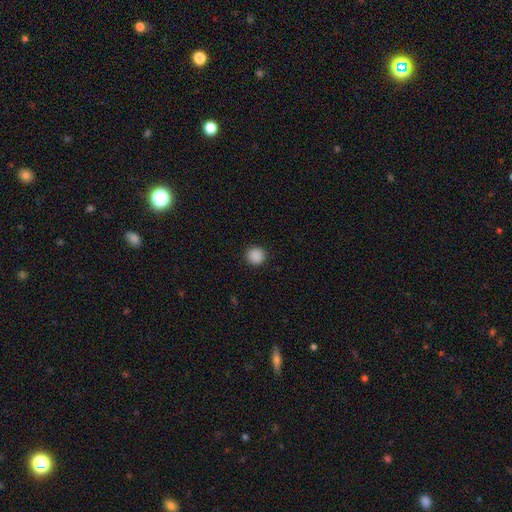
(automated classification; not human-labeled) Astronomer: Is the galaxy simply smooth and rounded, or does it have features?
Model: smooth — 89%.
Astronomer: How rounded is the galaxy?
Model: round — 93%.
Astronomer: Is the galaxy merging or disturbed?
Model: none — 92%.